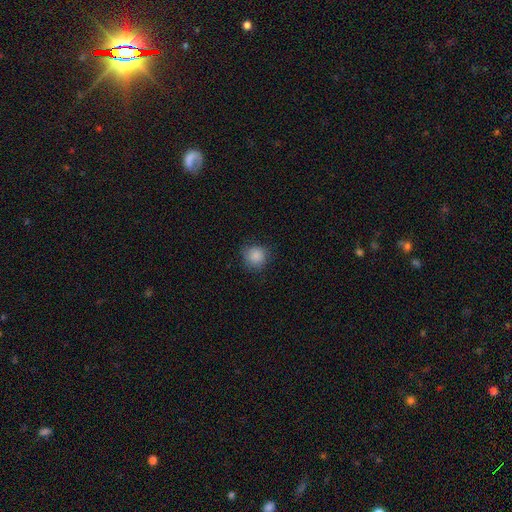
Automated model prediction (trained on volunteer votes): A smooth galaxy with no disk features (87%) that is round (89%). Merging: none (78%).